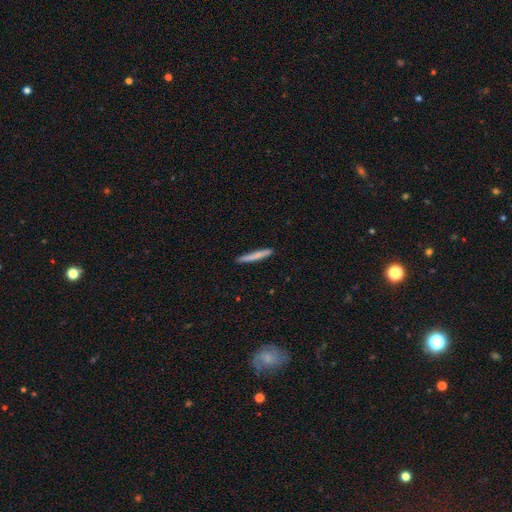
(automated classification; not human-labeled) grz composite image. It shows a smooth galaxy with no disk features (76%) that is cigar-shaped (96%). Merging: none (89%).